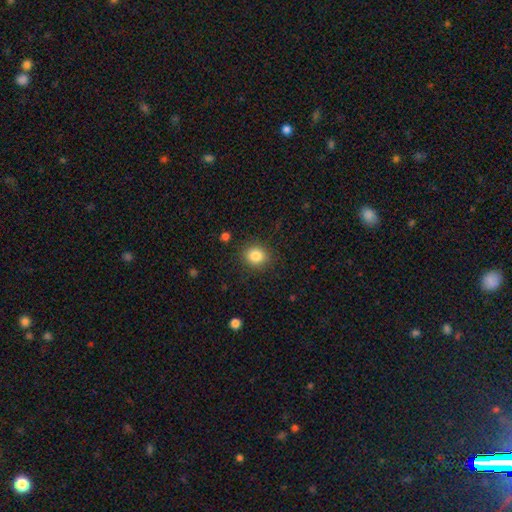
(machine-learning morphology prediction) type=smooth (84%); roundness=round (77%); merging=none (88%).